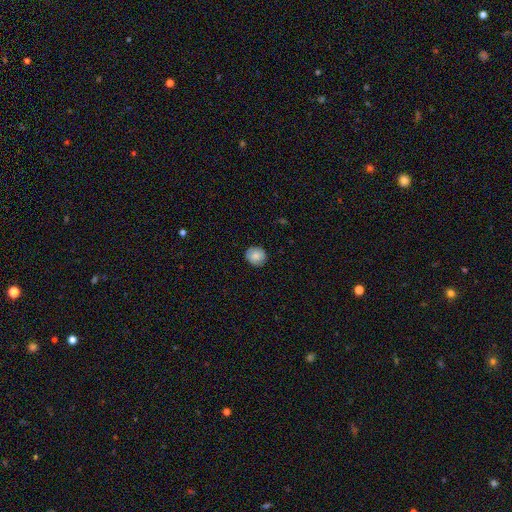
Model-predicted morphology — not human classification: type=smooth (83%); roundness=round (85%); merging=none (87%).